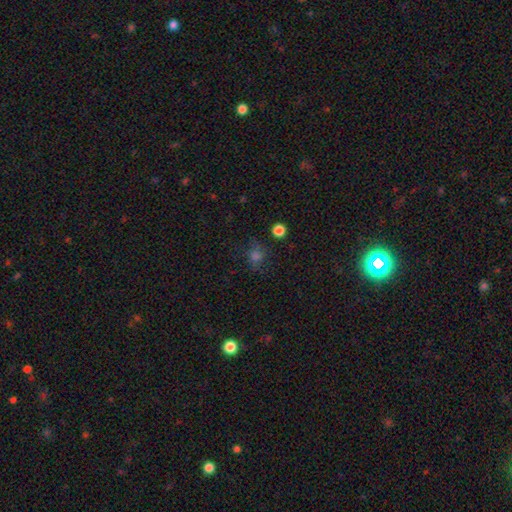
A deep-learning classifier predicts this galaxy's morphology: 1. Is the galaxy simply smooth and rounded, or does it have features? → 61% smooth, 29% star or artifact, 11% featured or disk.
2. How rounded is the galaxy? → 77% round, 22% in between, 1% cigar-shaped.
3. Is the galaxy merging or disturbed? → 73% none, 16% minor disturbance, 8% major disturbance, 3% merger.